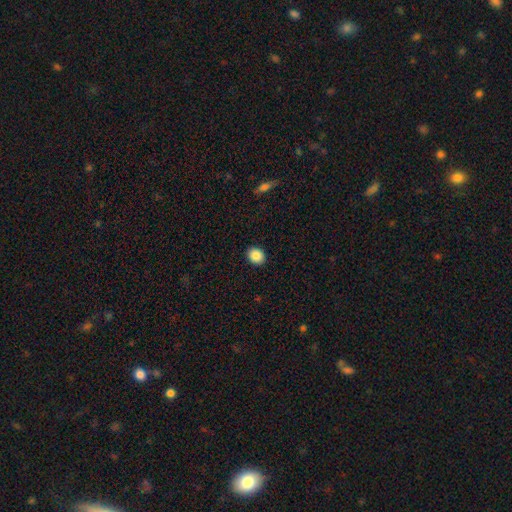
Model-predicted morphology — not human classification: Q: Smooth or featured?
A: smooth (88%); runner-up: star or artifact (8%)
Q: How rounded?
A: round (52%); runner-up: in between (47%)
Q: Merging?
A: none (91%); runner-up: minor disturbance (6%)